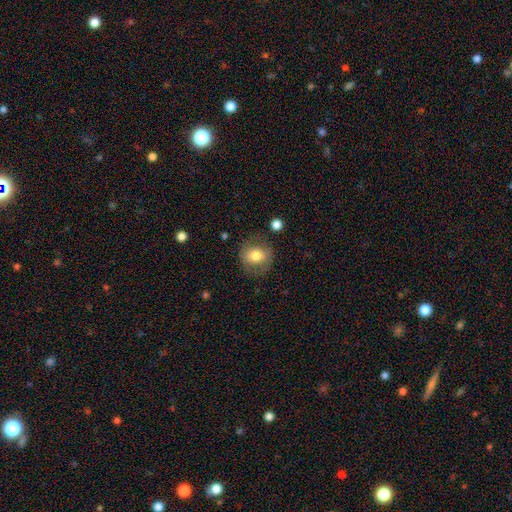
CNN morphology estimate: Smooth or featured?
  - smooth: 68% *
  - featured or disk: 23%
  - star or artifact: 8%
How rounded?
  - round: 74% *
  - in between: 25%
  - cigar-shaped: 1%
Merging?
  - none: 77% *
  - minor disturbance: 15%
  - major disturbance: 7%
  - merger: 2%